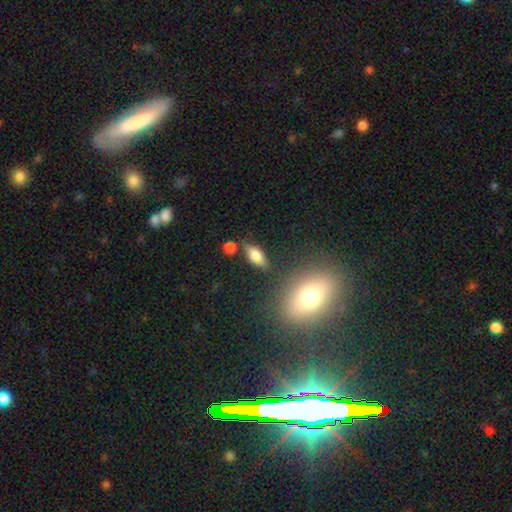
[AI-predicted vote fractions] This is likely a smooth galaxy (72%). How rounded: likely in between (78%). Merging: likely none (76%).